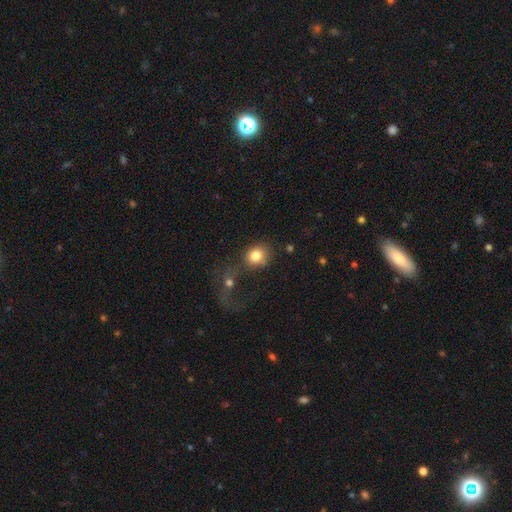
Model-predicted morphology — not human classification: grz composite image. It shows a smooth galaxy with no disk features (81%) that is round (71%). Merging: none (44%).